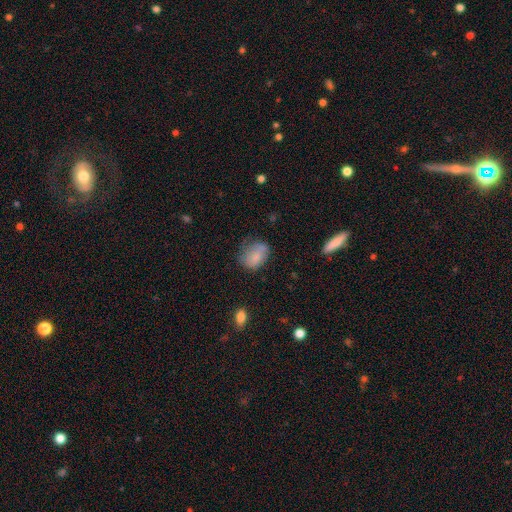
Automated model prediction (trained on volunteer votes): Smooth or featured? smooth (76%)
How rounded? in between (65%)
Merging? none (54%)